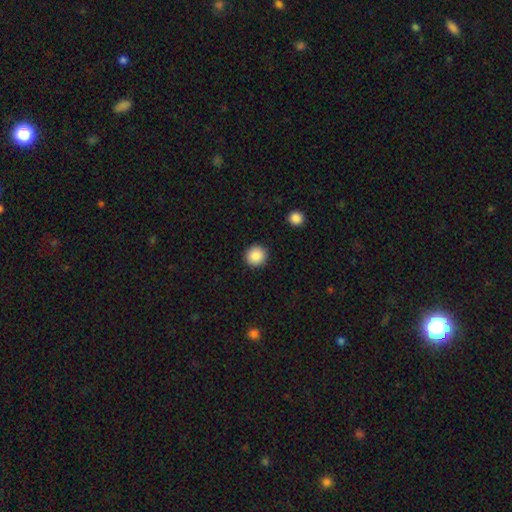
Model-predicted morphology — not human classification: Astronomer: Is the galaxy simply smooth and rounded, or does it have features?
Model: smooth — 88%.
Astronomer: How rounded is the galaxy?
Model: round — 94%.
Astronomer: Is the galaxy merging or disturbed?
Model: none — 92%.